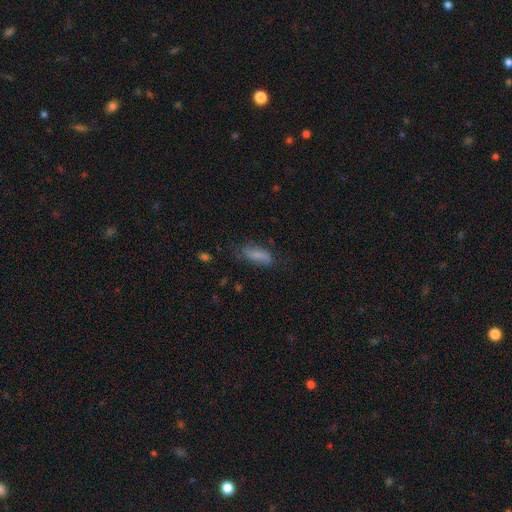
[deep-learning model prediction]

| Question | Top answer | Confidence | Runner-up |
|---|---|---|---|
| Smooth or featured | smooth | 61% | featured or disk (24%) |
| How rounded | in between | 59% | cigar-shaped (38%) |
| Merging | none | 67% | minor disturbance (22%) |